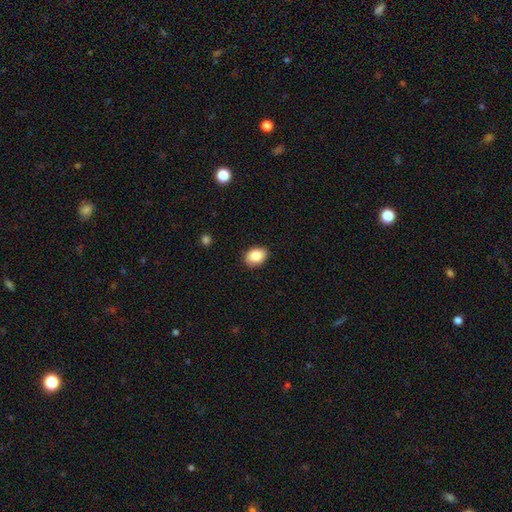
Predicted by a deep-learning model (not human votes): Smooth or featured? Predicted: smooth (p=0.87). How rounded? Predicted: in between (p=0.73). Merging? Predicted: none (p=0.87).